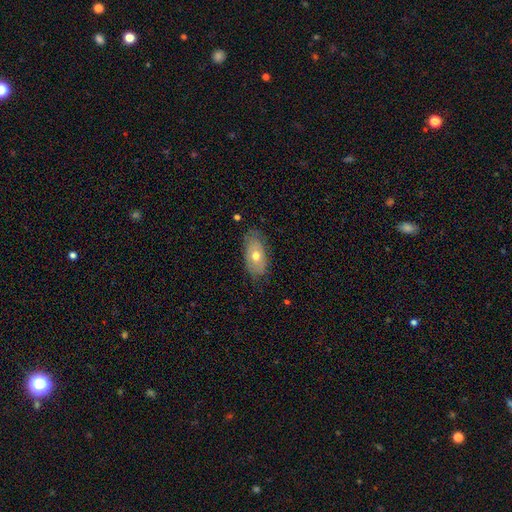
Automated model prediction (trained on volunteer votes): Q: Smooth or featured?
A: smooth (56%); runner-up: featured or disk (38%)
Q: How rounded?
A: in between (91%); runner-up: round (6%)
Q: Merging?
A: none (74%); runner-up: minor disturbance (20%)